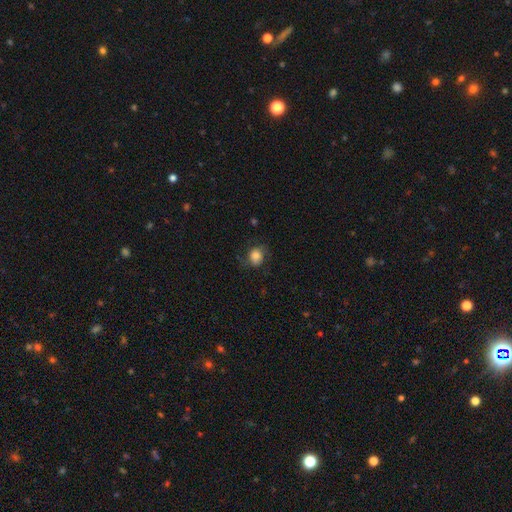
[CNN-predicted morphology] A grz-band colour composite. It shows a smooth galaxy with no disk features (70%) that is round (62%). Merging: none (65%).